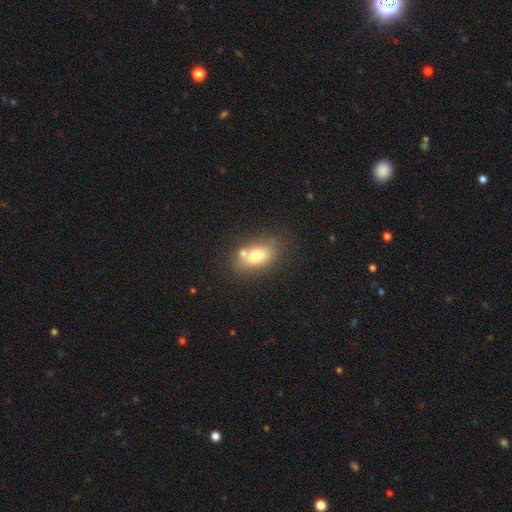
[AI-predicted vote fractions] This appears to be a smooth galaxy with no disk features (73%) that is in between round and cigar-shaped (83%). Merging: none (58%).